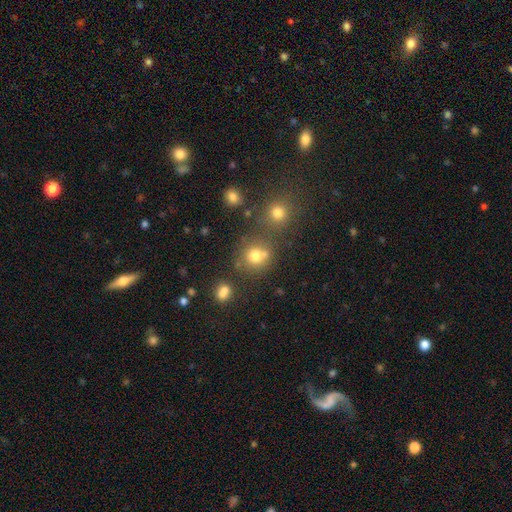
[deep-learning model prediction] Smooth or featured? Predicted: smooth (p=0.74). How rounded? Predicted: round (p=0.83). Merging? Predicted: none (p=0.61).